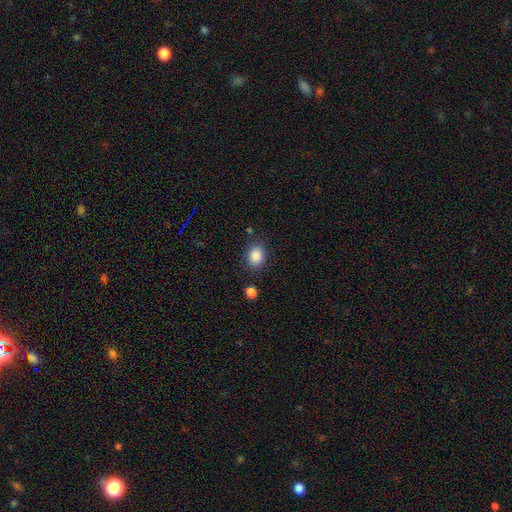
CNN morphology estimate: Overall: smooth (87%). How rounded: in between (63%; round 36%). Merging: none (81%).